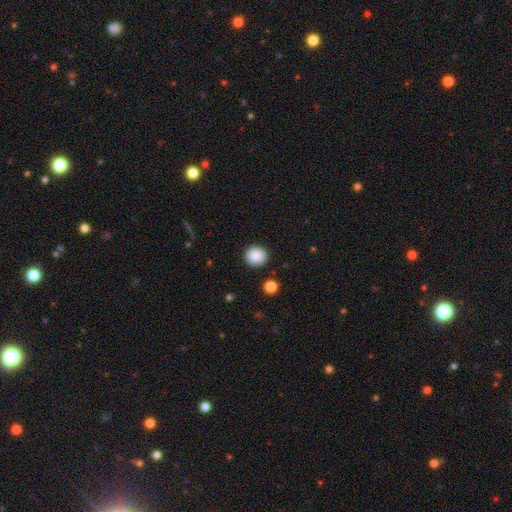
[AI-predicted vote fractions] This is clearly a smooth galaxy (88%). How rounded: clearly round (86%). Merging: clearly none (90%).